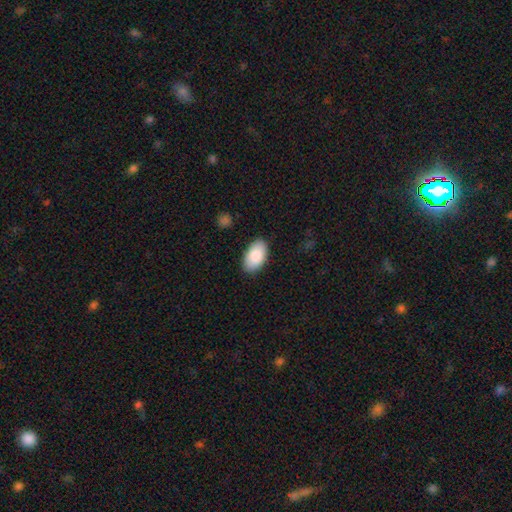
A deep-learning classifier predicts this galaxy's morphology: This is clearly a smooth galaxy (87%). How rounded: clearly in between (95%). Merging: clearly none (87%).